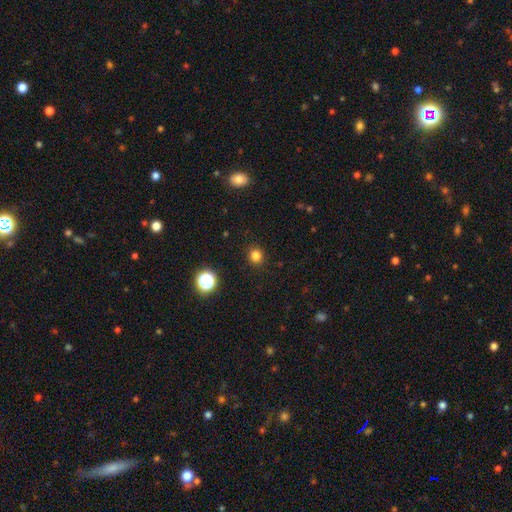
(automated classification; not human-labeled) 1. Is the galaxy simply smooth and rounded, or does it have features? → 81% smooth, 15% star or artifact, 4% featured or disk.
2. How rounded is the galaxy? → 88% round, 11% in between, 1% cigar-shaped.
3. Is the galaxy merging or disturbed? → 91% none, 6% minor disturbance, 2% major disturbance, 1% merger.